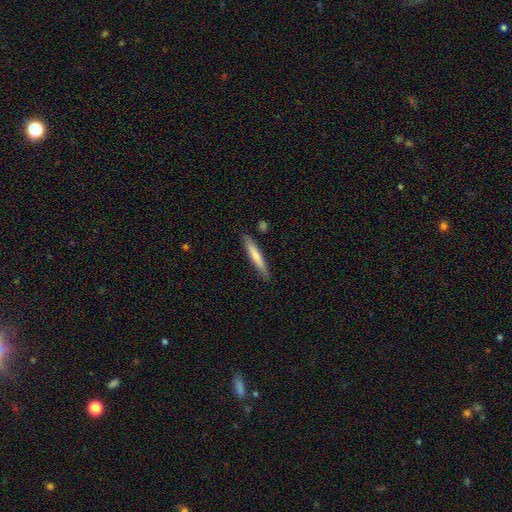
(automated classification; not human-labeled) Morphology: type=smooth (71%); roundness=cigar-shaped (92%); merging=none (85%).